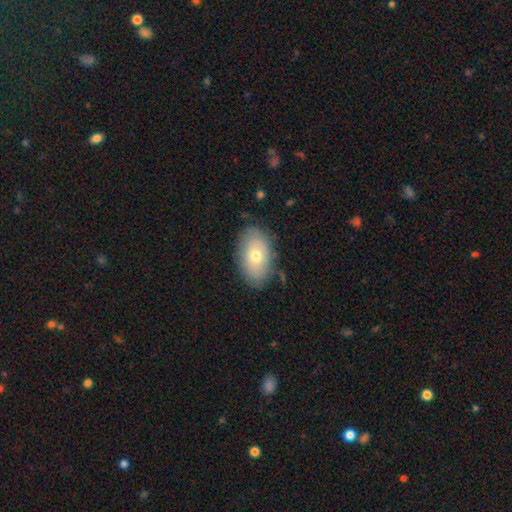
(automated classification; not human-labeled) Smooth or featured: smooth — 66% (featured or disk — 27%)
How rounded: in between — 90% (round — 8%)
Merging: none — 80% (minor disturbance — 15%)